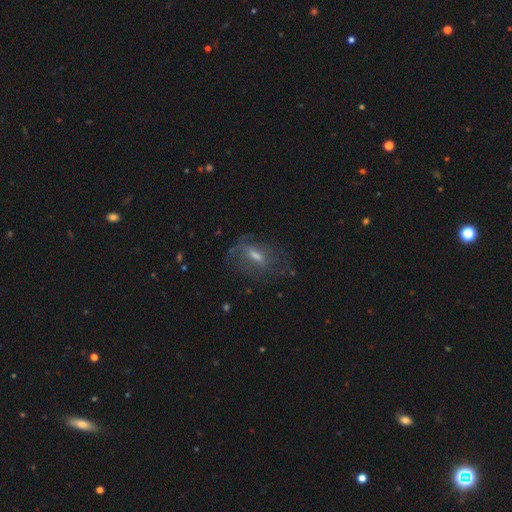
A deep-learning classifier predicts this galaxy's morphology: This appears to be a featured or disk galaxy (56%). Merging: none (58%).